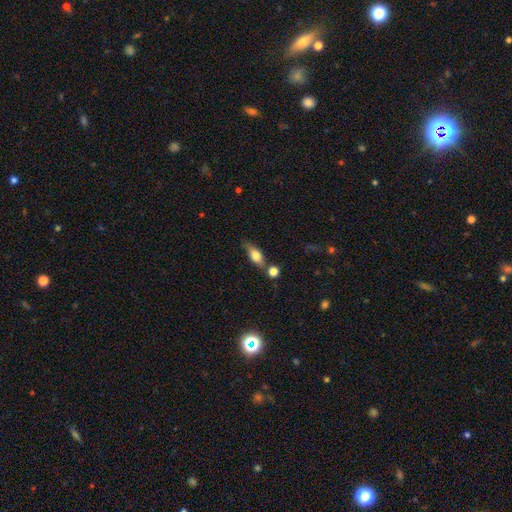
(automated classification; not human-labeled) Q: Smooth or featured?
A: smooth (61%); runner-up: featured or disk (31%)
Q: How rounded?
A: in between (65%); runner-up: cigar-shaped (28%)
Q: Merging?
A: none (61%); runner-up: minor disturbance (18%)